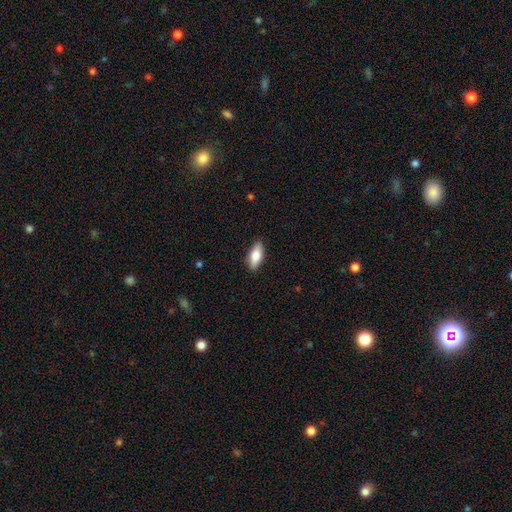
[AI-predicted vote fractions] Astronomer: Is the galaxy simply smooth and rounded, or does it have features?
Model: smooth — 76%.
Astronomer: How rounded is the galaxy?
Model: in between — 78%.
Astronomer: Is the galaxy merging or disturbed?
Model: none — 88%.